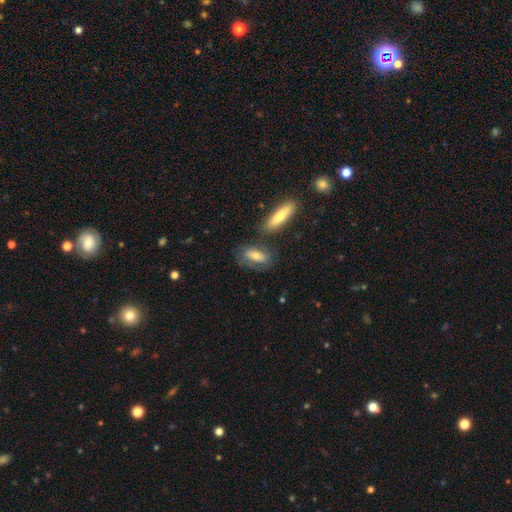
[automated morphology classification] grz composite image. It shows a smooth galaxy with no disk features (57%) that is in between round and cigar-shaped (75%). Merging: none (64%).